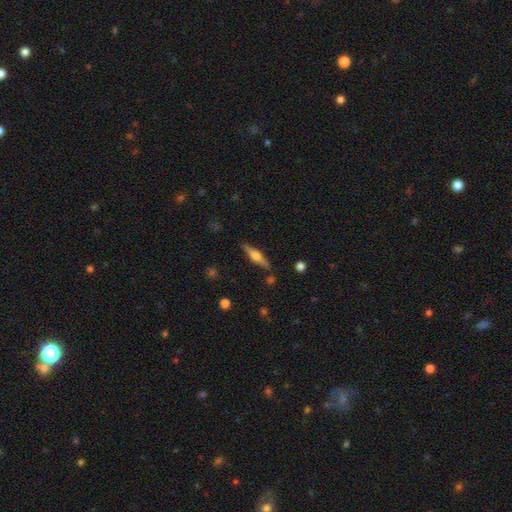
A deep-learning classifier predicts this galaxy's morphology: A featured or disk galaxy (61%) viewed edge-on (96%) with a rounded central bulge (88%). Merging: none (86%).